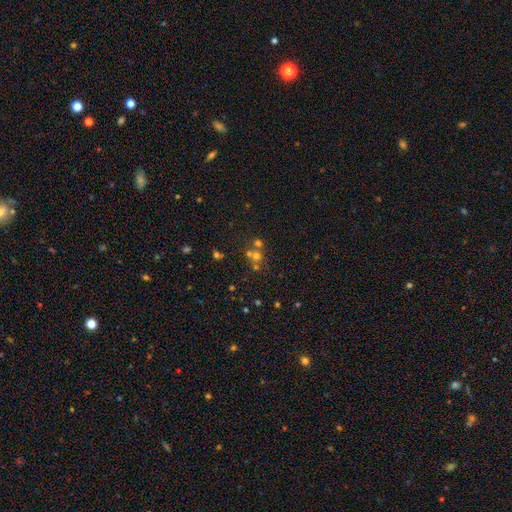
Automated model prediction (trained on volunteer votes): Smooth or featured?
  - smooth: 51% *
  - star or artifact: 30%
  - featured or disk: 19%
How rounded?
  - round: 85% *
  - in between: 14%
  - cigar-shaped: 1%
Merging?
  - none: 48% *
  - merger: 40%
  - minor disturbance: 7%
  - major disturbance: 4%